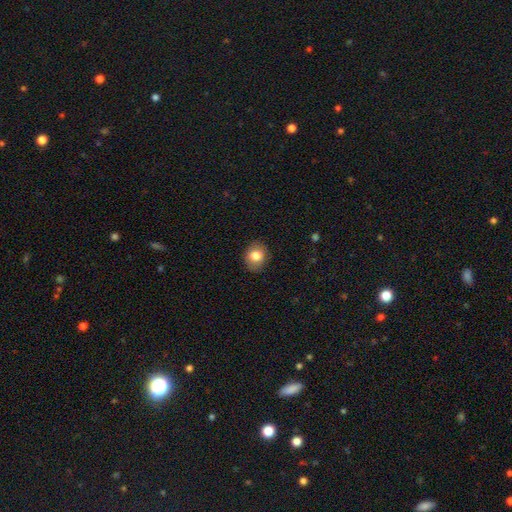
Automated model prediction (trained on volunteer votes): A smooth galaxy with no disk features (82%) that is round (62%).

Vote fractions:
- Smooth or featured? smooth: 82% / featured or disk: 10% / star or artifact: 9%
- How rounded? round: 62% / in between: 38% / cigar-shaped: 1%
- Merging? none: 87% / minor disturbance: 10% / major disturbance: 2% / merger: 1%